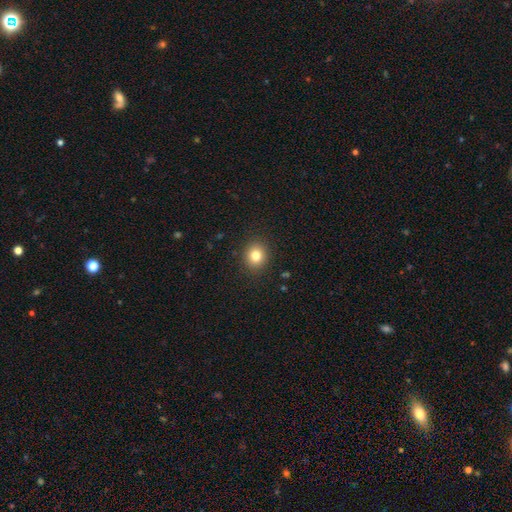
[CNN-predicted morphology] Q: Smooth or featured?
A: smooth (80%); runner-up: star or artifact (12%)
Q: How rounded?
A: round (75%); runner-up: in between (24%)
Q: Merging?
A: none (90%); runner-up: minor disturbance (7%)